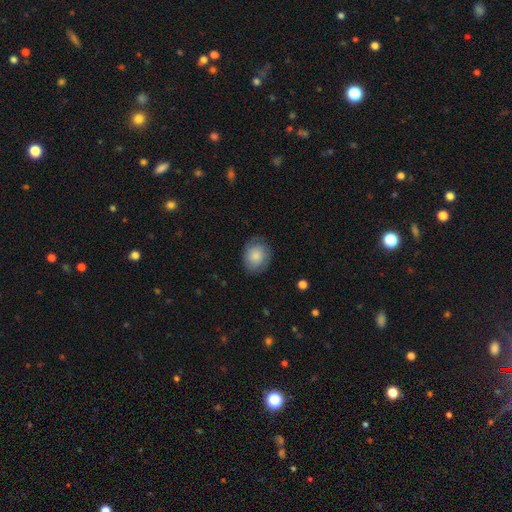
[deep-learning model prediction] This is likely a smooth galaxy (79%). How rounded: possibly round (54%). Merging: likely none (77%).